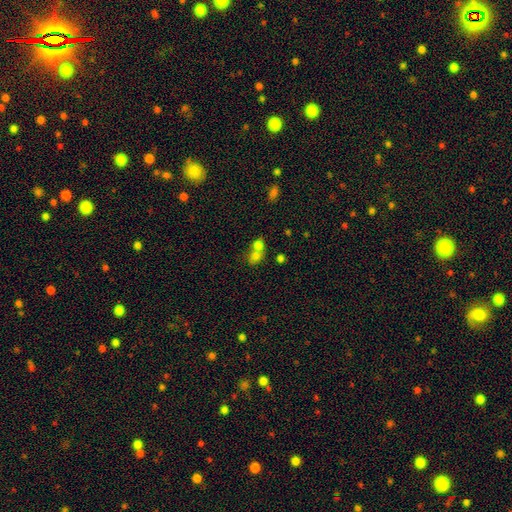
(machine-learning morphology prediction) Smooth or featured? Predicted: smooth (p=0.72). How rounded? Predicted: round (p=0.57). Merging? Predicted: merger (p=0.63).